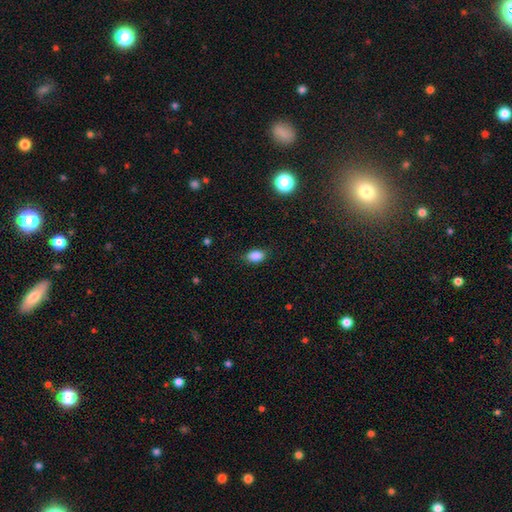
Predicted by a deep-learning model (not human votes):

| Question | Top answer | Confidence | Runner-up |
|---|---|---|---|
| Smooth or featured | smooth | 87% | star or artifact (9%) |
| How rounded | in between | 86% | round (12%) |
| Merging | none | 83% | minor disturbance (13%) |